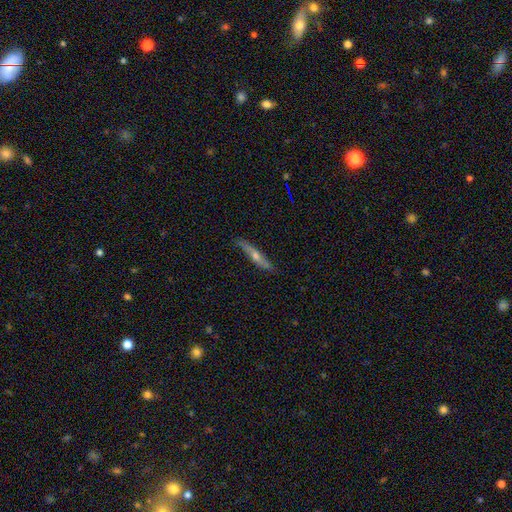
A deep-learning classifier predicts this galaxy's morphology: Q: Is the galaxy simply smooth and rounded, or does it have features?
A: featured or disk — 57%.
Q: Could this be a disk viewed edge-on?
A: yes — 84%.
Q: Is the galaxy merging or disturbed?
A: none — 83%.